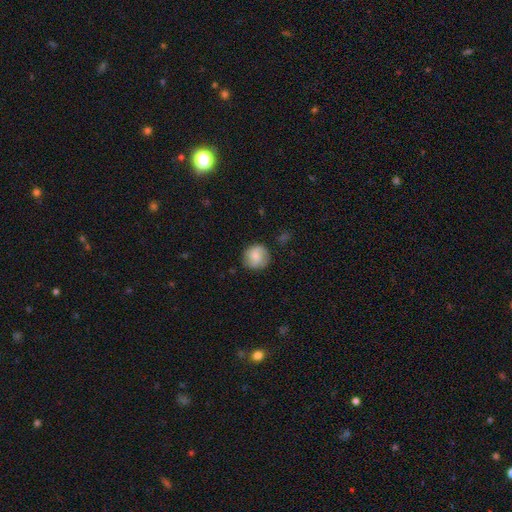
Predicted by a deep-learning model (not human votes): Q: Smooth or featured?
A: smooth (58%); runner-up: featured or disk (34%)
Q: How rounded?
A: round (89%); runner-up: in between (10%)
Q: Merging?
A: none (79%); runner-up: minor disturbance (15%)